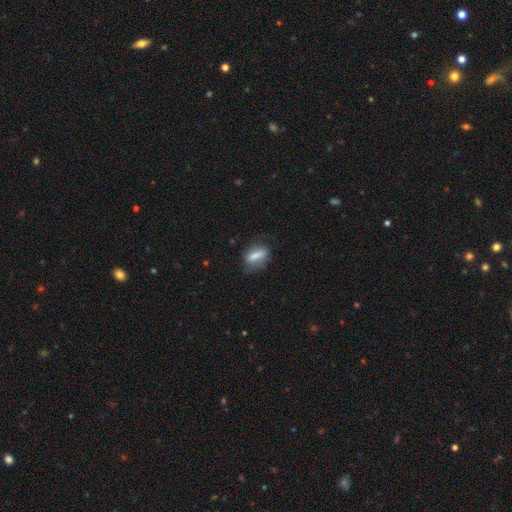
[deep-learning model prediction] Q: Smooth or featured?
A: smooth (73%); runner-up: featured or disk (19%)
Q: How rounded?
A: in between (66%); runner-up: cigar-shaped (27%)
Q: Merging?
A: none (67%); runner-up: minor disturbance (22%)